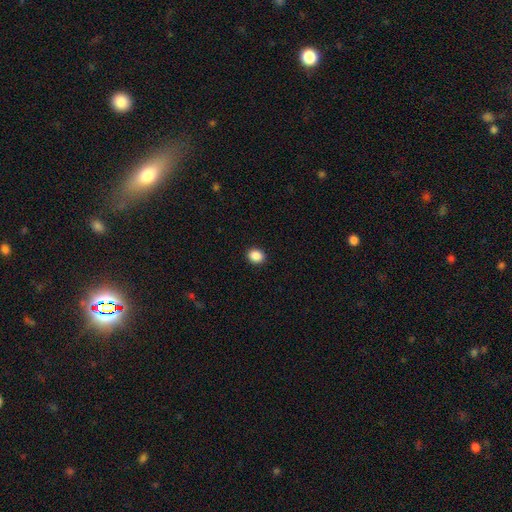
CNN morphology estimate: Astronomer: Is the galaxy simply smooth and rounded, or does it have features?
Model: smooth — 88%.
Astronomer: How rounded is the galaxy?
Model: round — 58% (runner-up: in between, 41%).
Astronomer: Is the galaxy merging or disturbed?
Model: none — 92%.